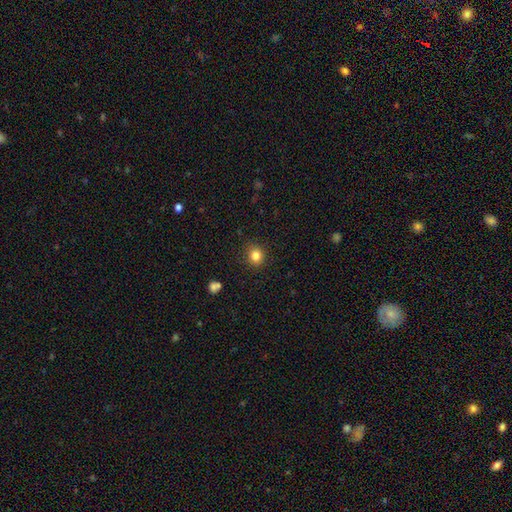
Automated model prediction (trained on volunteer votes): Morphology: type=smooth (83%); roundness=round (81%); merging=none (89%).